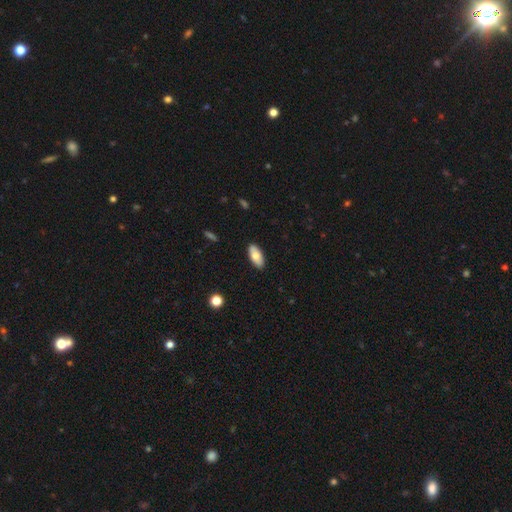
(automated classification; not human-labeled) Morphology: type=smooth (74%); roundness=in between (88%); merging=none (88%).